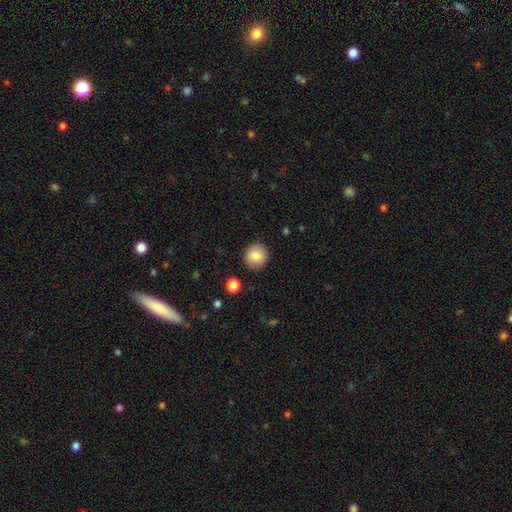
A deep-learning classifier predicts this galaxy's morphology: smooth_or_featured: smooth (p=0.86) [alt: star or artifact p=0.08]
how_rounded: round (p=0.94) [alt: in between p=0.05]
merging: none (p=0.90) [alt: minor disturbance p=0.07]